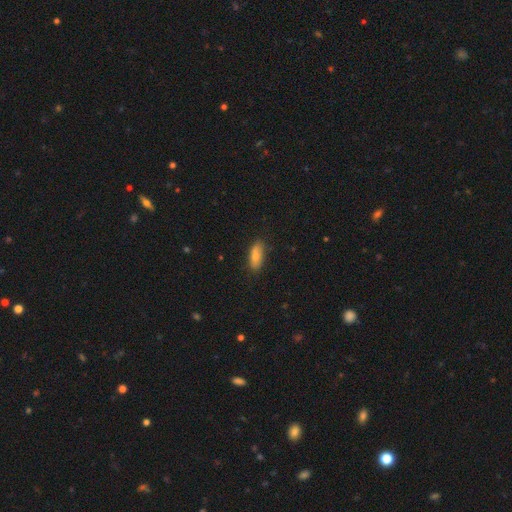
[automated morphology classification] This is clearly a smooth galaxy (82%). How rounded: likely in between (70%). Merging: likely none (79%).